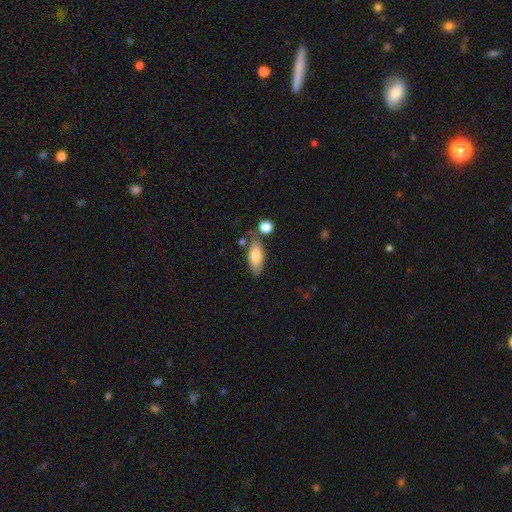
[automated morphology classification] The model was most divided on "how rounded": in between: 74%, cigar-shaped: 23%, round: 3%. More confident: smooth or featured — smooth (77%); merging — none (68%).